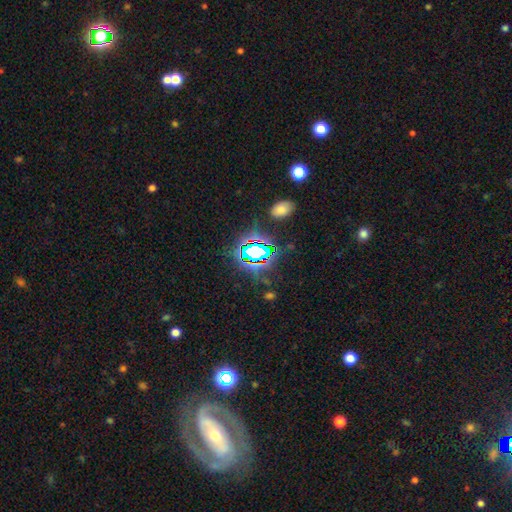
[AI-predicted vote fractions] Smooth or featured? Predicted: star or artifact (p=0.73).